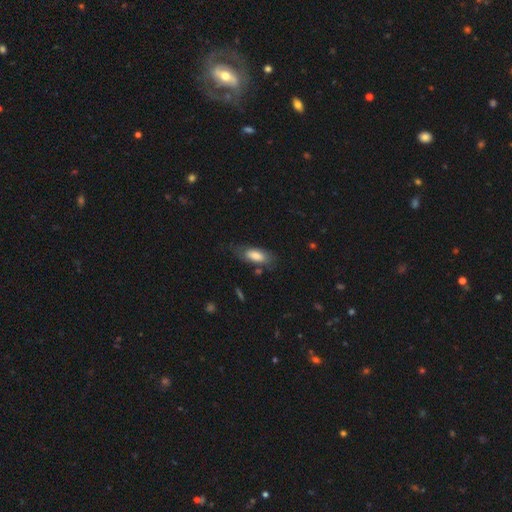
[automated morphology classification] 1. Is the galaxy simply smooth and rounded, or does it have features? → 74% smooth, 19% featured or disk, 6% star or artifact.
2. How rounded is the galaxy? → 80% in between, 17% cigar-shaped, 2% round.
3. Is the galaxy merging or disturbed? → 64% none, 24% minor disturbance, 10% major disturbance, 3% merger.